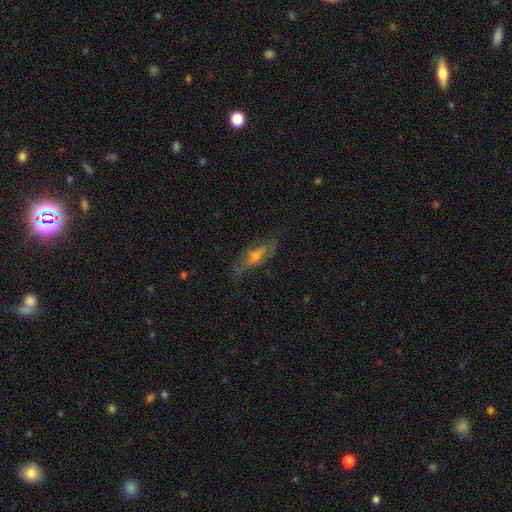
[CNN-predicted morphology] Q: Smooth or featured?
A: featured or disk (62%); runner-up: smooth (29%)
Q: Edge-on disk?
A: no (66%); runner-up: yes (34%)
Q: Merging?
A: none (60%); runner-up: minor disturbance (24%)